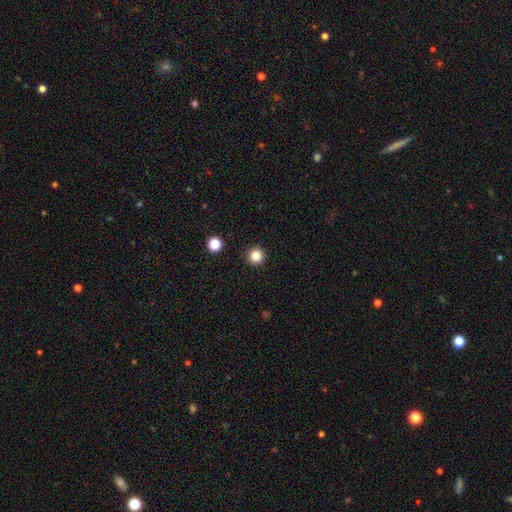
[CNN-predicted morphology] smooth-or-featured: smooth: 84% | star or artifact: 12% | featured or disk: 4%
  how-rounded: round: 95% | in between: 4% | cigar-shaped: 1%
  merging: none: 92% | minor disturbance: 5% | major disturbance: 2% | merger: 1%